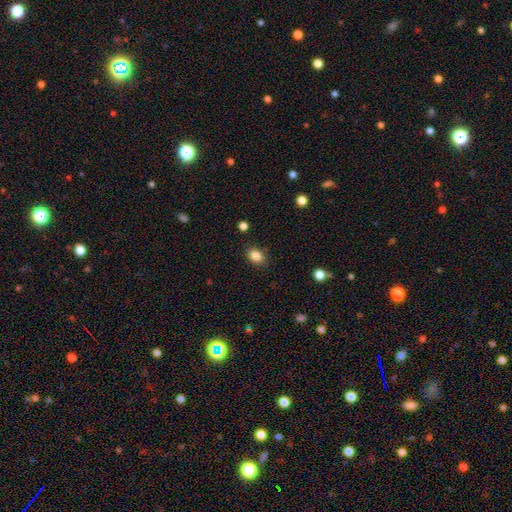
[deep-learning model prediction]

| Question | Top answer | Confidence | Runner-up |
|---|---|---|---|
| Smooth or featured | smooth | 85% | star or artifact (10%) |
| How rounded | in between | 70% | round (29%) |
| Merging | none | 87% | minor disturbance (9%) |